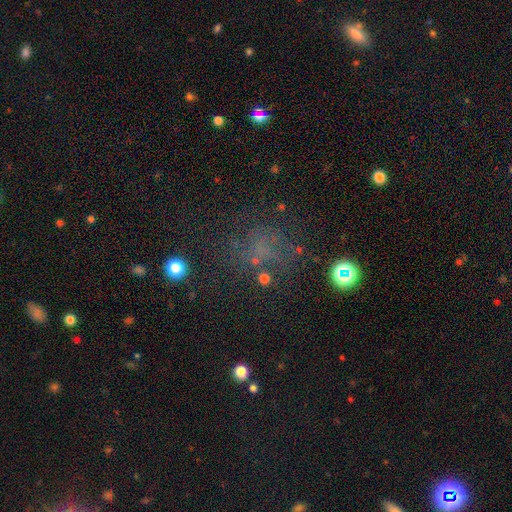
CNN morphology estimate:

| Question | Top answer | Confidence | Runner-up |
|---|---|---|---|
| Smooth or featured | star or artifact | 51% | smooth (36%) |